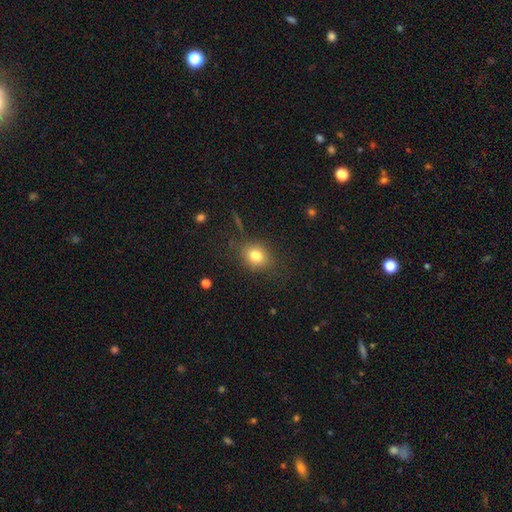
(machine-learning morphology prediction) Smooth or featured: smooth — 79% (star or artifact — 11%)
How rounded: round — 56% (in between — 43%)
Merging: none — 78% (minor disturbance — 14%)